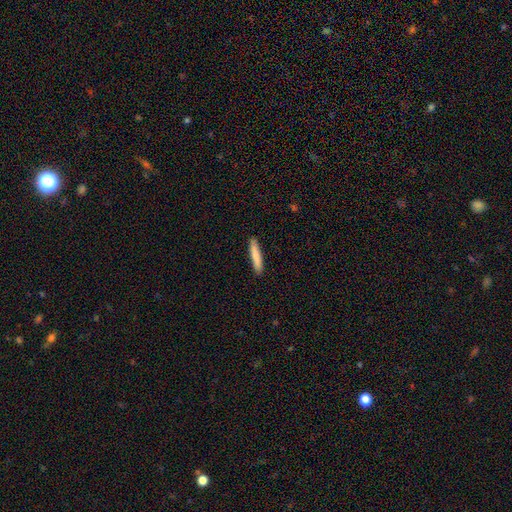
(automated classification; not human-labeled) Overall: smooth (81%). How rounded: cigar-shaped (92%). Merging: none (90%).